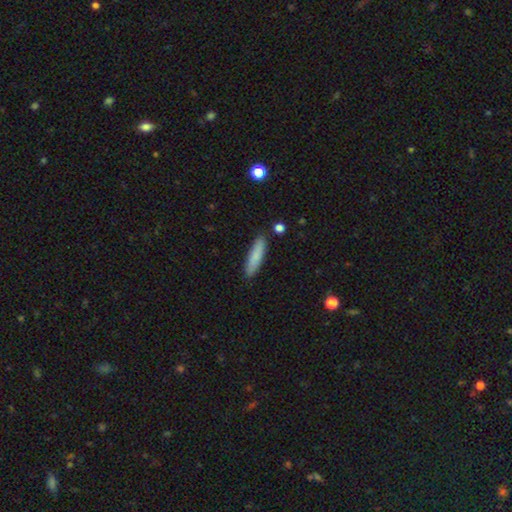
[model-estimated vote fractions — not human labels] The model was most divided on "how rounded": cigar-shaped: 78%, in between: 21%, round: 1%. More confident: merging — none (88%); smooth or featured — smooth (83%).